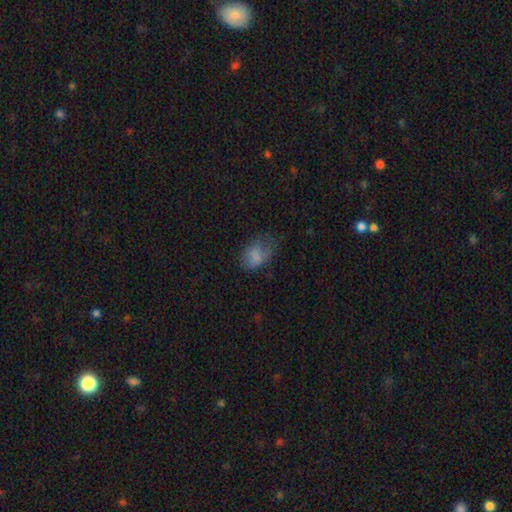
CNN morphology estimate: A smooth galaxy with no disk features (74%) that is in between round and cigar-shaped (81%). Merging: none (43%).